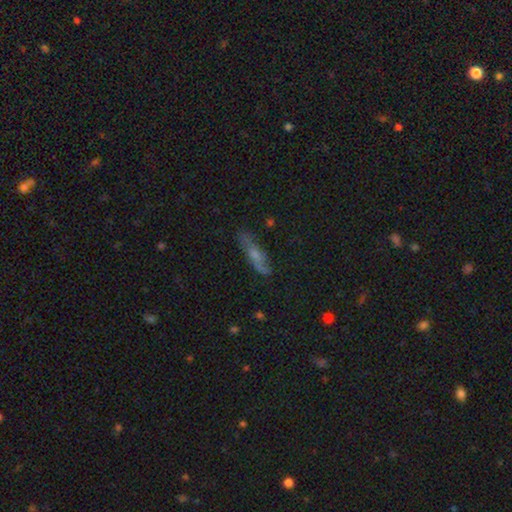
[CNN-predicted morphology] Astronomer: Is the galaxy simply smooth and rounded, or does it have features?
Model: featured or disk — 45% (runner-up: smooth, 44%).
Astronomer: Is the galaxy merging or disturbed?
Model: none — 74%.